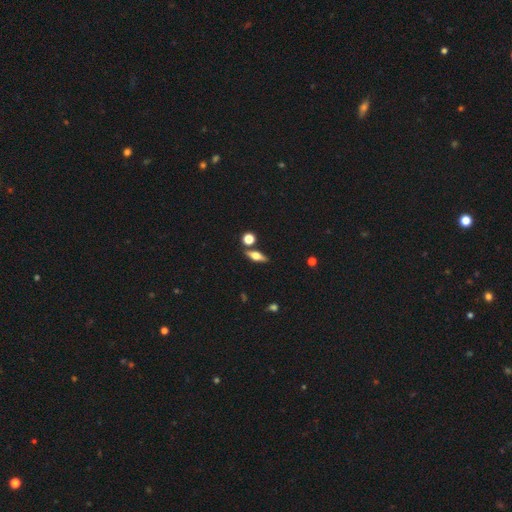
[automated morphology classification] A featured or disk galaxy (50%) viewed edge-on (90%). Merging: none (81%).